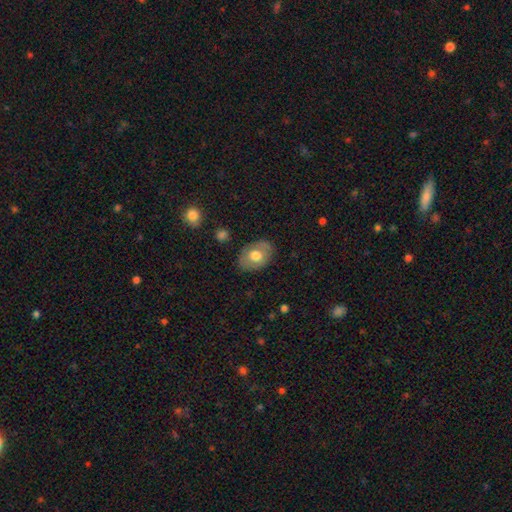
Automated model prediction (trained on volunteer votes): smooth 61%, featured or disk 32%, star or artifact 6%. Down the decision tree: how rounded — in between (75%); merging — none (81%).